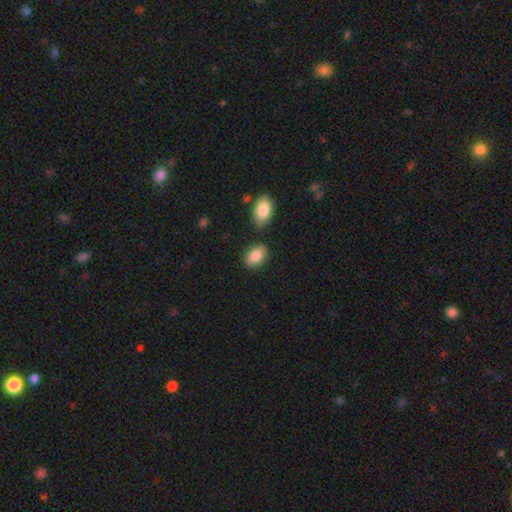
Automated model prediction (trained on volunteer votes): A smooth galaxy with no disk features (85%) that is in between round and cigar-shaped (87%).

Vote fractions:
- Smooth or featured? smooth: 85% / featured or disk: 8% / star or artifact: 7%
- How rounded? in between: 87% / round: 11% / cigar-shaped: 2%
- Merging? none: 79% / minor disturbance: 12% / merger: 7% / major disturbance: 3%